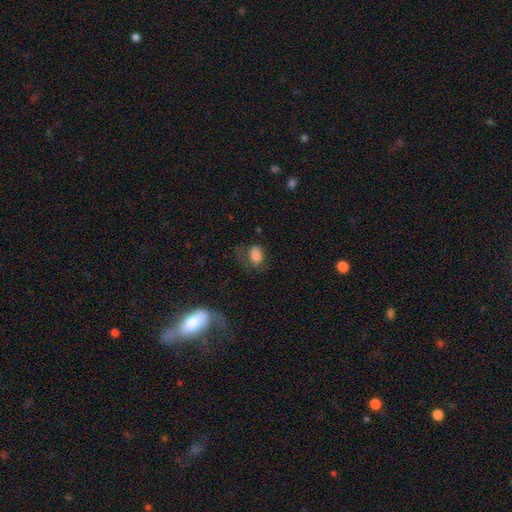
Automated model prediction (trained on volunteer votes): smooth 79%, featured or disk 11%, star or artifact 10%. Down the decision tree: how rounded — in between (75%); merging — none (40%).